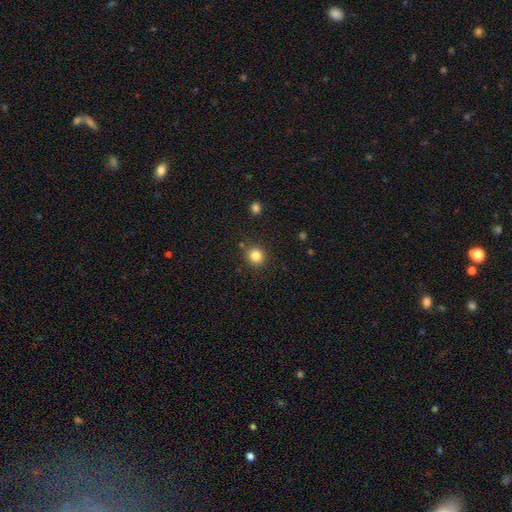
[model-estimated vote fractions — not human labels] Smooth or featured?
  - smooth: 83% *
  - star or artifact: 12%
  - featured or disk: 5%
How rounded?
  - round: 86% *
  - in between: 13%
  - cigar-shaped: 1%
Merging?
  - none: 85% *
  - minor disturbance: 9%
  - merger: 4%
  - major disturbance: 3%